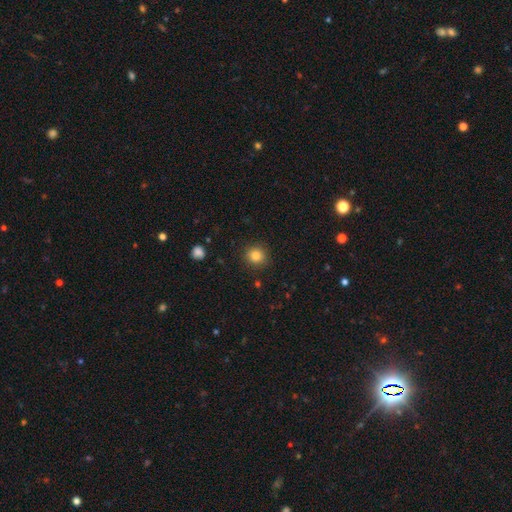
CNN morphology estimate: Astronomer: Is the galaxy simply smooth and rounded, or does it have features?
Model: smooth — 83%.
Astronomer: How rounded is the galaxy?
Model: round — 89%.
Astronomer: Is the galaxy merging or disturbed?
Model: none — 90%.